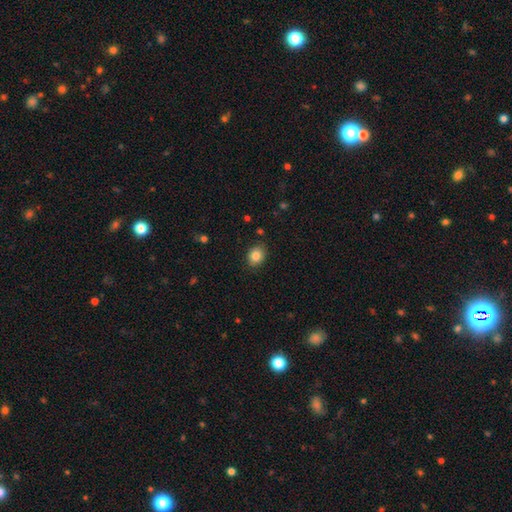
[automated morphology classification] Q: Smooth or featured?
A: smooth (84%); runner-up: star or artifact (9%)
Q: How rounded?
A: in between (51%); runner-up: round (48%)
Q: Merging?
A: none (86%); runner-up: minor disturbance (10%)